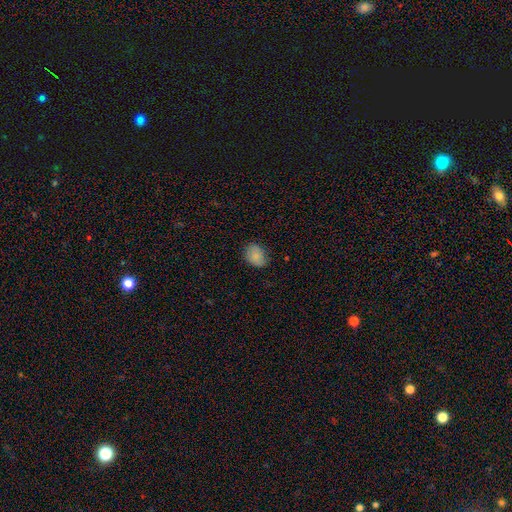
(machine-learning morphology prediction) The model was most divided on "how rounded": in between: 57%, round: 42%, cigar-shaped: 1%. More confident: smooth or featured — smooth (84%); merging — none (75%).